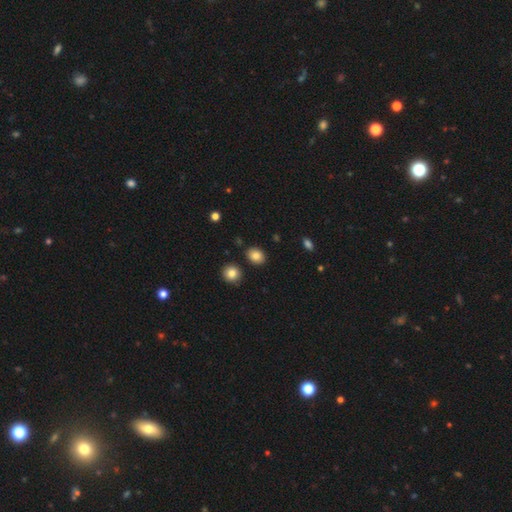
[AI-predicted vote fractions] Smooth or featured?
  - smooth: 84% *
  - star or artifact: 9%
  - featured or disk: 6%
How rounded?
  - in between: 56% *
  - round: 43%
  - cigar-shaped: 1%
Merging?
  - none: 86% *
  - minor disturbance: 8%
  - merger: 3%
  - major disturbance: 2%